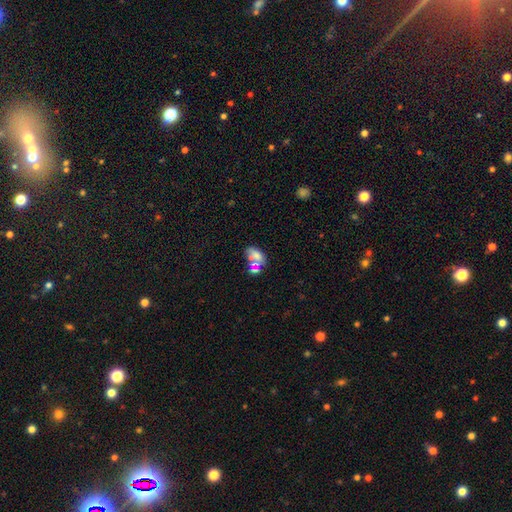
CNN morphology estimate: Smooth or featured? smooth (54%)
How rounded? in between (84%)
Merging? merger (41%)